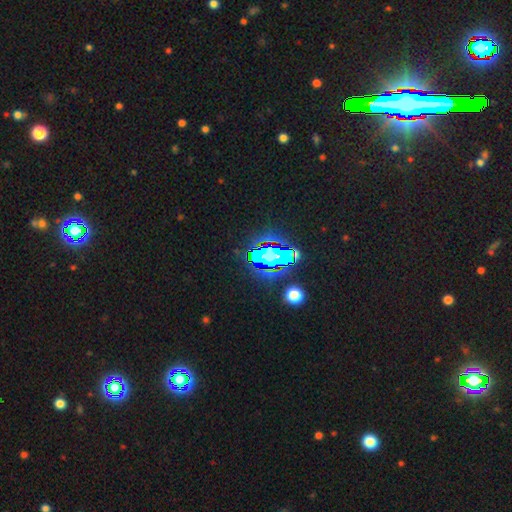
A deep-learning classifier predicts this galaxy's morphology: Smooth or featured? star or artifact (84%)